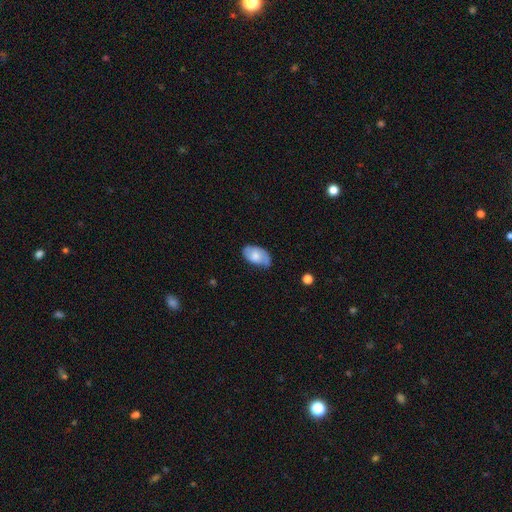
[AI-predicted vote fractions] Q: Smooth or featured?
A: smooth (61%); runner-up: featured or disk (32%)
Q: How rounded?
A: in between (93%); runner-up: round (6%)
Q: Merging?
A: none (51%); runner-up: minor disturbance (37%)